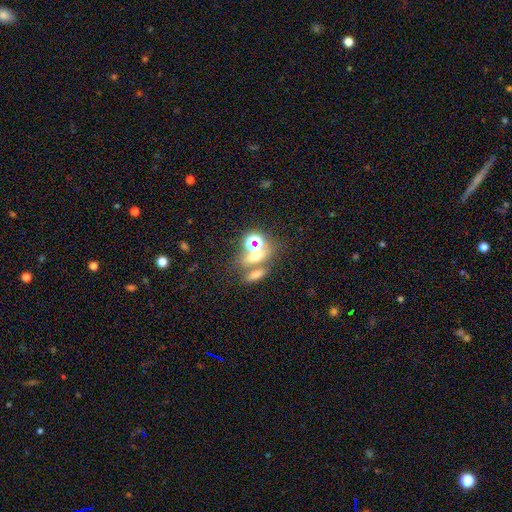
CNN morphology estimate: Smooth or featured?
  - smooth: 48% *
  - star or artifact: 39%
  - featured or disk: 13%
Merging?
  - none: 52% *
  - merger: 34%
  - minor disturbance: 9%
  - major disturbance: 5%